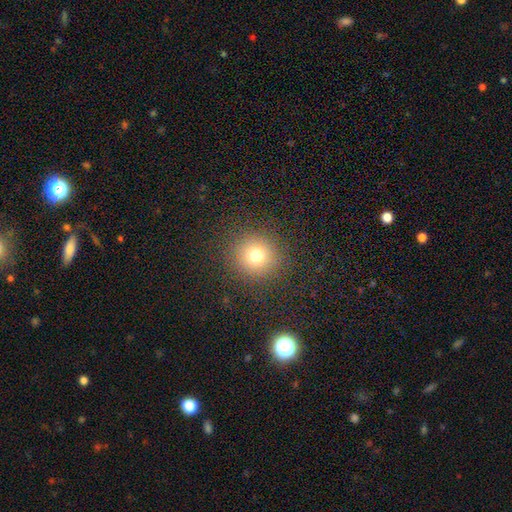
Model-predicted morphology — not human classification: smooth_or_featured: smooth (p=0.74) [alt: star or artifact p=0.17]
how_rounded: round (p=0.93) [alt: in between p=0.06]
merging: none (p=0.89) [alt: minor disturbance p=0.06]